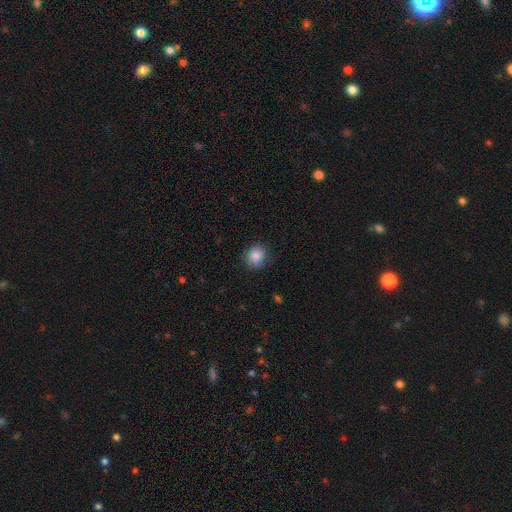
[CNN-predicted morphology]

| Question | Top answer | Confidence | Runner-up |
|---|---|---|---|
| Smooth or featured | smooth | 84% | star or artifact (10%) |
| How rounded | round | 80% | in between (19%) |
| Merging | none | 83% | minor disturbance (13%) |